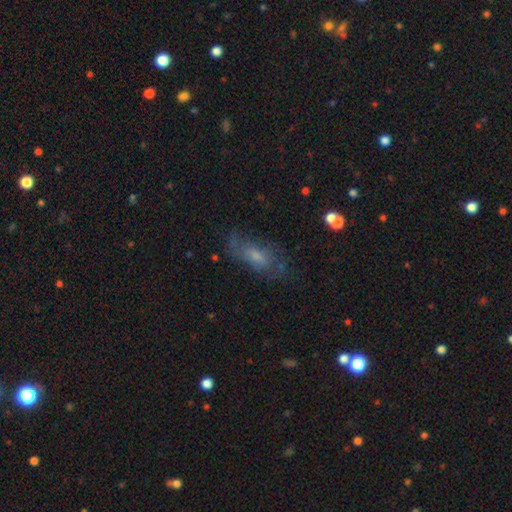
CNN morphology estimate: Smooth or featured: featured or disk — 48% (smooth — 40%)
Merging: none — 57% (minor disturbance — 23%)